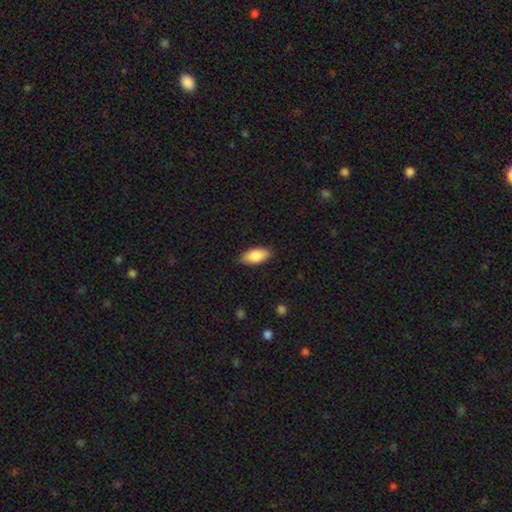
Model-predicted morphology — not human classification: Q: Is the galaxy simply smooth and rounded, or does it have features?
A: smooth — 86%.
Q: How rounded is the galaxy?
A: in between — 90%.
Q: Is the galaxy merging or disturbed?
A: none — 86%.